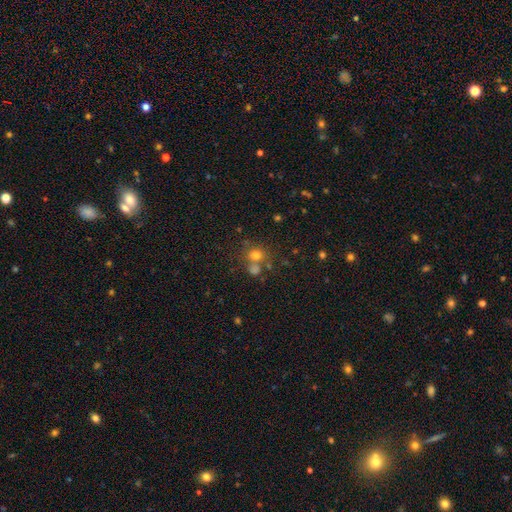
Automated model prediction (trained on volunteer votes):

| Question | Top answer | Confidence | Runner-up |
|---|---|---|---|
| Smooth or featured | smooth | 71% | star or artifact (19%) |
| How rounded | round | 81% | in between (18%) |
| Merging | none | 57% | merger (28%) |